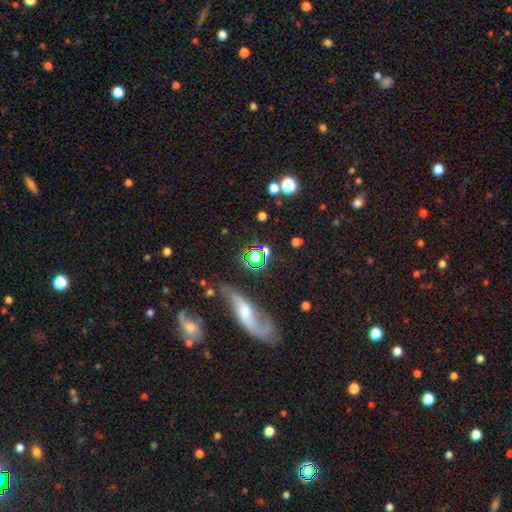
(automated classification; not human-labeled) The model was most divided on "smooth or featured": smooth: 44%, star or artifact: 37%, featured or disk: 20%. More confident: merging — none (72%).